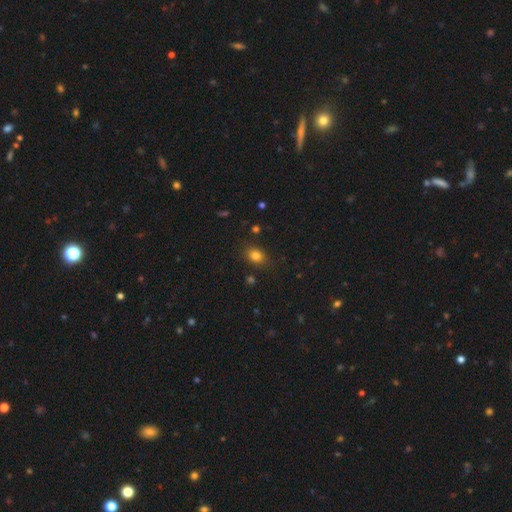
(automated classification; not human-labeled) smooth_or_featured: smooth (p=0.80) [alt: star or artifact p=0.13]
how_rounded: in between (p=0.54) [alt: round p=0.45]
merging: none (p=0.82) [alt: minor disturbance p=0.13]